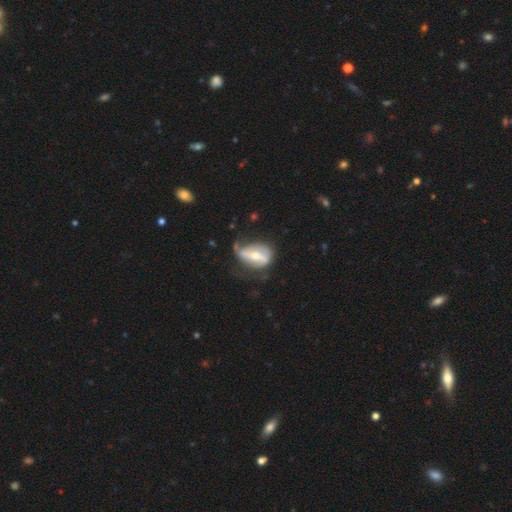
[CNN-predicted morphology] smooth-or-featured: featured or disk: 66% | smooth: 27% | star or artifact: 6%
  disk-edge-on: no: 87% | yes: 13%
    bar: strong: 61% | weak: 23% | no: 15%
    has-spiral-arms: yes: 59% | no: 41%
    bulge-size: moderate: 52% | small: 42% | large: 3% | none: 2% | dominant: 1%
  merging: none: 37% | minor disturbance: 33% | major disturbance: 26% | merger: 4%